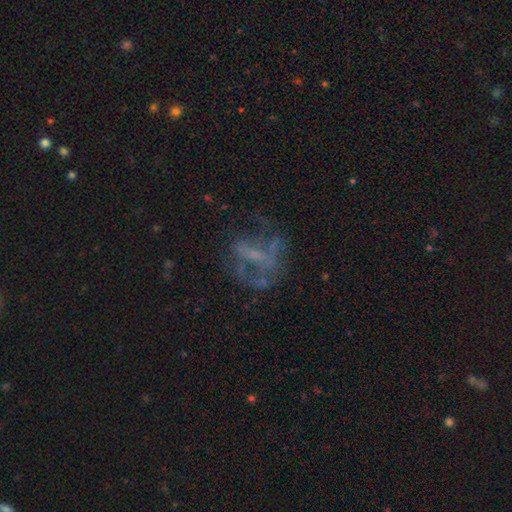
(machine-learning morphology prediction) This is possibly a featured or disk galaxy (59%). It is clearly not viewed edge-on (95%). Bar: possibly no (57%). Spiral arm pattern: likely no (65%). Central bulge: possibly none (51%). Merging: possibly none (48%).